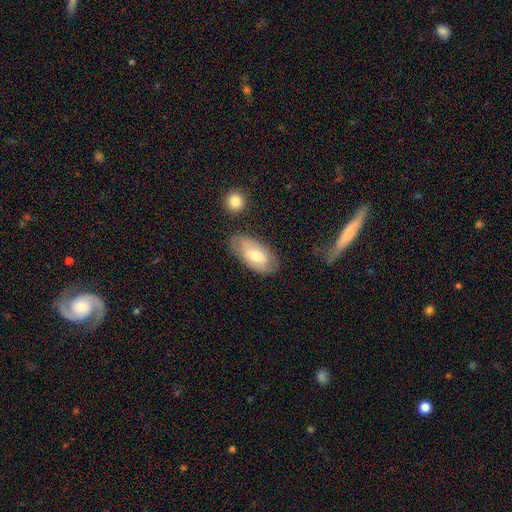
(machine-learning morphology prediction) A smooth galaxy with no disk features (55%) that is in between round and cigar-shaped (91%). Merging: none (67%).